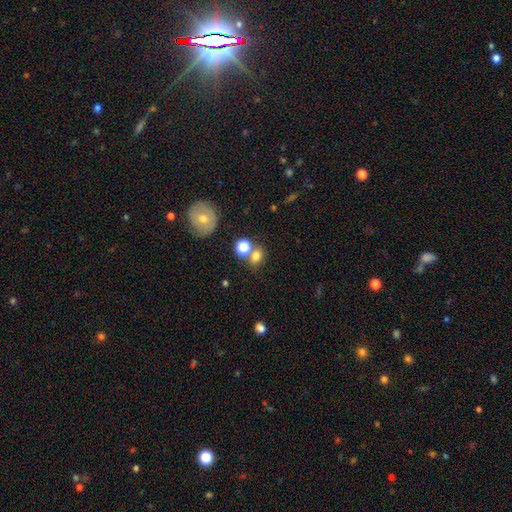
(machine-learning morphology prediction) smooth 76%, star or artifact 14%, featured or disk 10%. Down the decision tree: how rounded — round (57%); merging — none (54%).